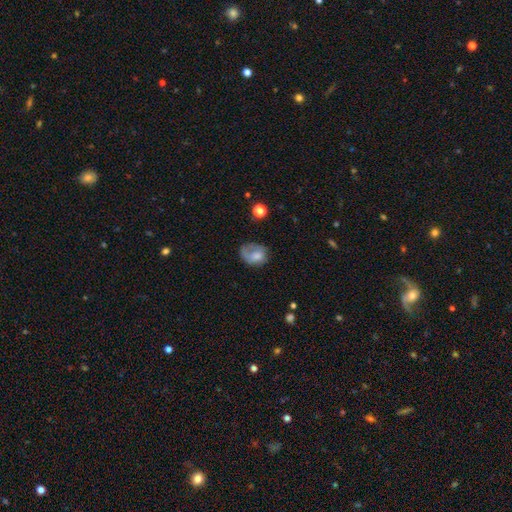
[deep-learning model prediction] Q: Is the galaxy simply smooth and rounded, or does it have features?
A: smooth — 64%.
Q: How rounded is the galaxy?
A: in between — 60%.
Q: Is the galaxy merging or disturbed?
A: none — 40%.